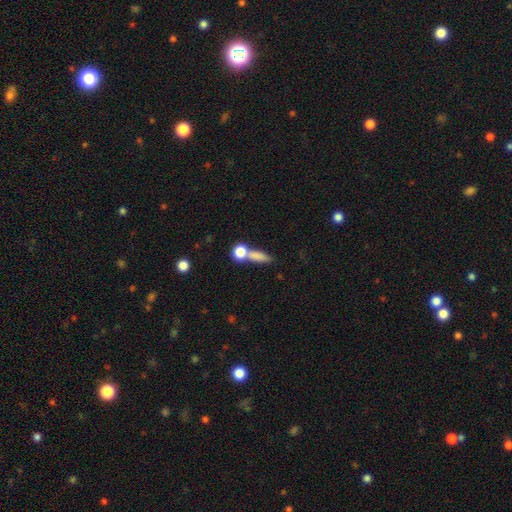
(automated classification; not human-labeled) Smooth or featured? smooth (77%)
How rounded? in between (36%)
Merging? none (47%)